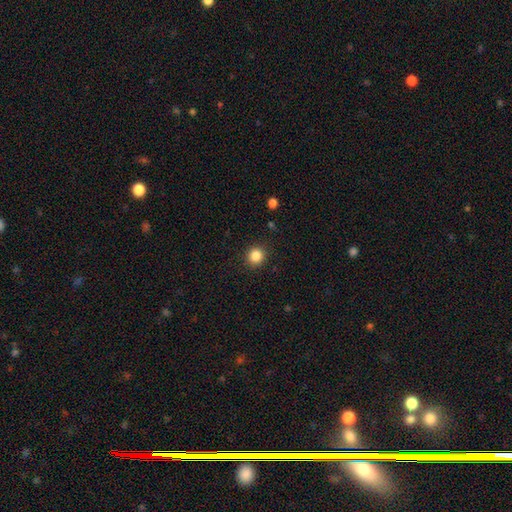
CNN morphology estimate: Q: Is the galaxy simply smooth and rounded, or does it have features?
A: smooth — 85%.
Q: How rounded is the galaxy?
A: round — 91%.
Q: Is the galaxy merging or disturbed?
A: none — 91%.